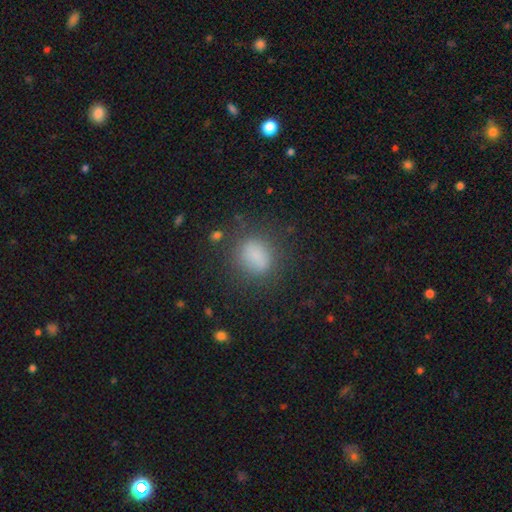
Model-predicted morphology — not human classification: Smooth or featured?
  - smooth: 80% *
  - star or artifact: 11%
  - featured or disk: 9%
How rounded?
  - in between: 49% * (tied)
  - round: 49% * (tied)
  - cigar-shaped: 2%
Merging?
  - none: 73% *
  - minor disturbance: 16%
  - major disturbance: 8%
  - merger: 3%